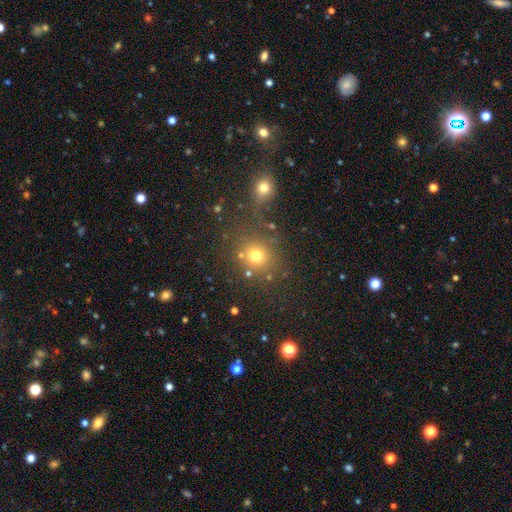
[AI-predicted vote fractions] smooth-or-featured: smooth: 71% | star or artifact: 20% | featured or disk: 9%
  how-rounded: round: 84% | in between: 15% | cigar-shaped: 1%
  merging: none: 71% | merger: 14% | minor disturbance: 10% | major disturbance: 6%